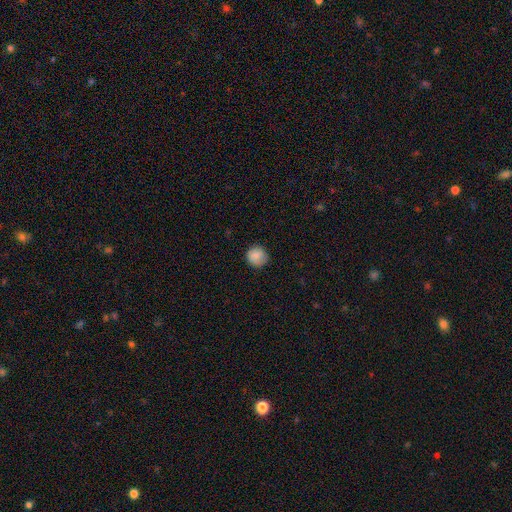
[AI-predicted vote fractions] Smooth or featured? Predicted: smooth (p=0.87). How rounded? Predicted: round (p=0.92). Merging? Predicted: none (p=0.83).